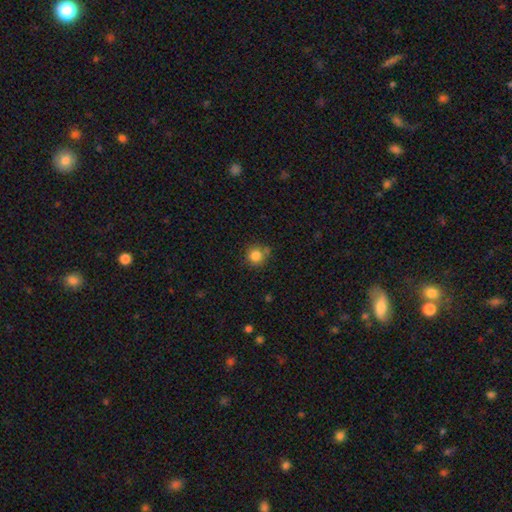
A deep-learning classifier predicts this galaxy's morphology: Smooth or featured? Predicted: smooth (p=0.84). How rounded? Predicted: round (p=0.93). Merging? Predicted: none (p=0.73).